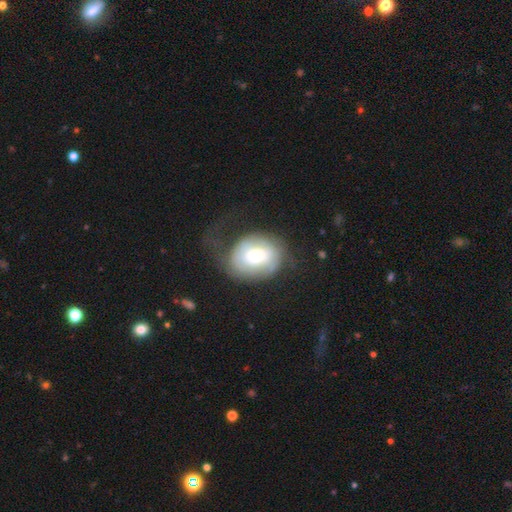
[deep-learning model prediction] The model was most divided on "smooth or featured": featured or disk: 50%, smooth: 43%, star or artifact: 7%. Remaining: merging — none (41%).